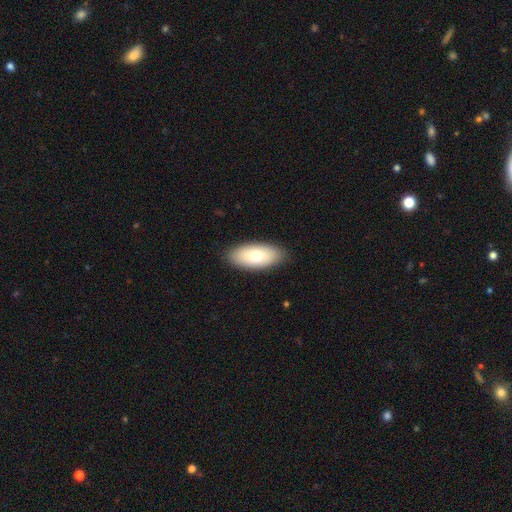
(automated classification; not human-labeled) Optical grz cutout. It shows a smooth galaxy with no disk features (79%) that is in between round and cigar-shaped (91%). Merging: none (87%).